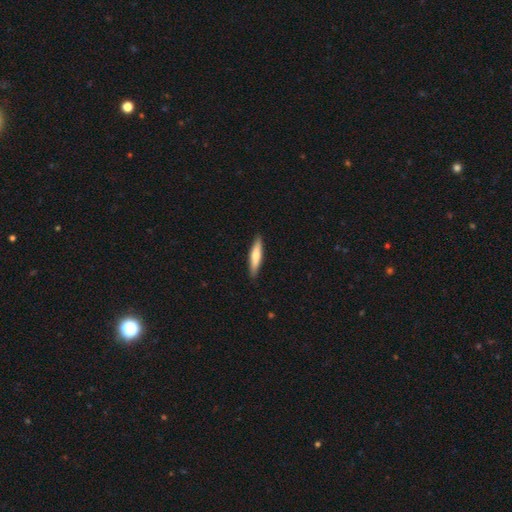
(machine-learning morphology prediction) Smooth or featured? smooth (66%)
How rounded? cigar-shaped (83%)
Merging? none (89%)